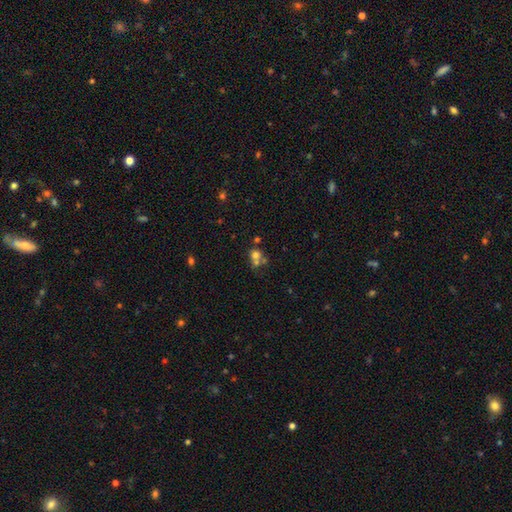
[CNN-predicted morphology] smooth 64%, featured or disk 18%, star or artifact 18%. Down the decision tree: how rounded — round (78%); merging — merger (50%).